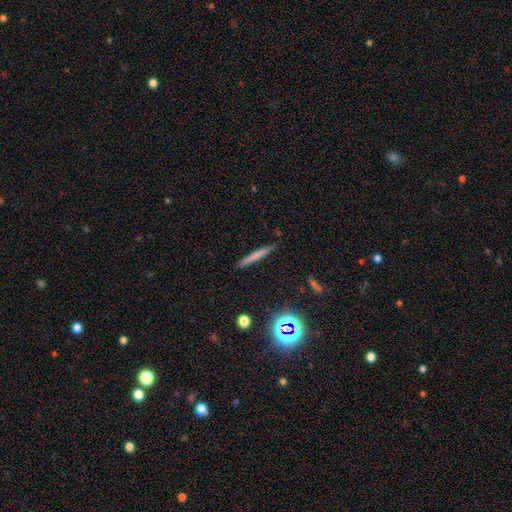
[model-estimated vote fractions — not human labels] The model was most divided on "smooth or featured": smooth: 66%, featured or disk: 24%, star or artifact: 10%. More confident: how rounded — cigar-shaped (95%); merging — none (89%).